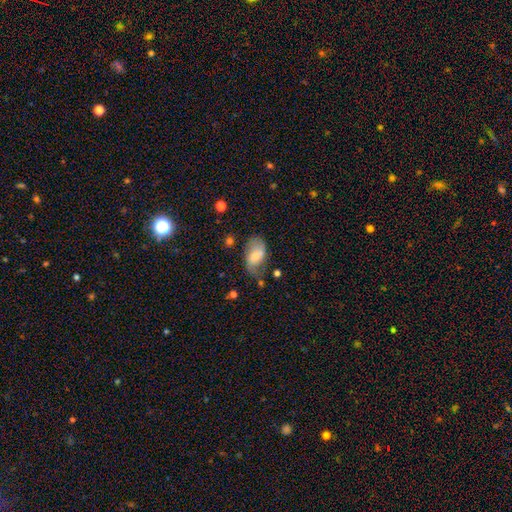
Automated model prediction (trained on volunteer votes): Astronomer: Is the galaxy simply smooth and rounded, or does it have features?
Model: smooth — 57% (runner-up: featured or disk, 35%).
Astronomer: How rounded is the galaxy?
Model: in between — 92%.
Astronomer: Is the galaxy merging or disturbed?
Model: none — 51% (runner-up: minor disturbance, 31%).